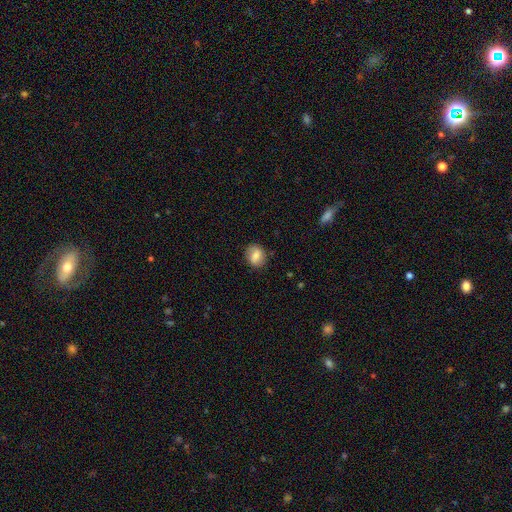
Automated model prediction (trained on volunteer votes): A smooth galaxy with no disk features (73%) that is round (64%). Merging: none (84%).